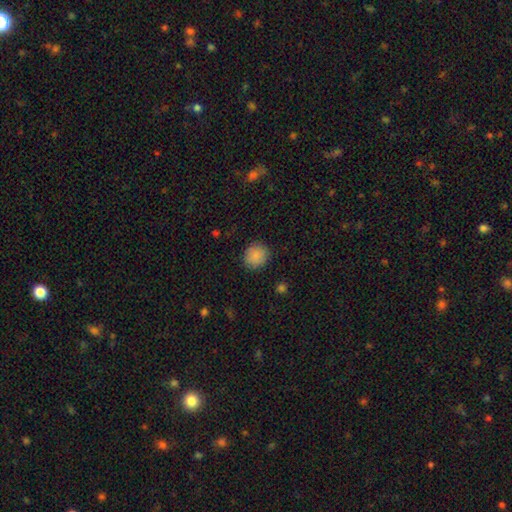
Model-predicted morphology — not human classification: A smooth galaxy with no disk features (87%) that is round (82%).

Vote fractions:
- Smooth or featured? smooth: 87% / star or artifact: 9% / featured or disk: 4%
- How rounded? round: 82% / in between: 17% / cigar-shaped: 1%
- Merging? none: 88% / minor disturbance: 9% / major disturbance: 2% / merger: 1%